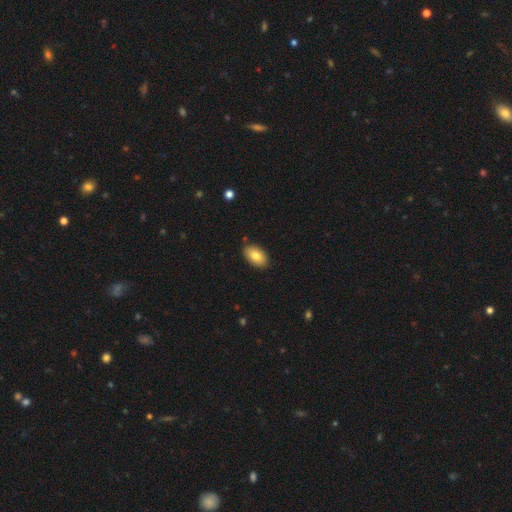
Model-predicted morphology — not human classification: Smooth or featured? smooth (82%)
How rounded? in between (94%)
Merging? none (87%)